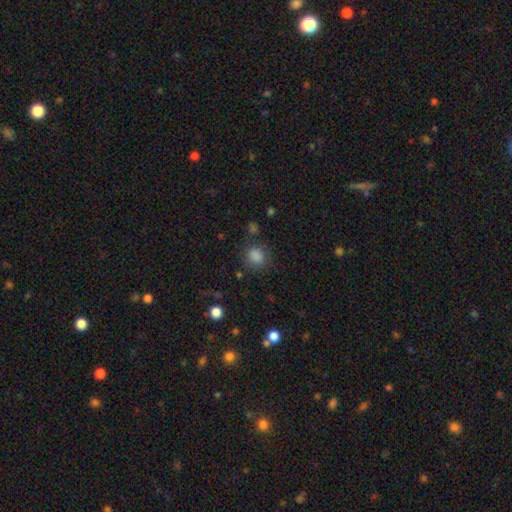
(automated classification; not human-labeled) A smooth galaxy with no disk features (82%) that is round (77%).

Vote fractions:
- Smooth or featured? smooth: 82% / star or artifact: 14% / featured or disk: 5%
- How rounded? round: 77% / in between: 22% / cigar-shaped: 1%
- Merging? none: 77% / minor disturbance: 14% / major disturbance: 5% / merger: 4%